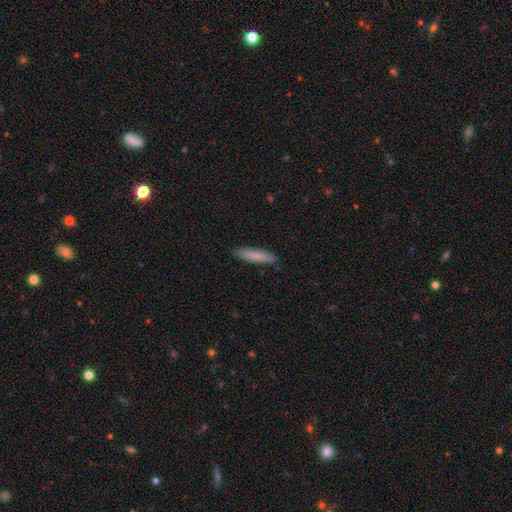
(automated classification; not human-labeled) Q: Smooth or featured?
A: smooth (83%); runner-up: featured or disk (11%)
Q: How rounded?
A: cigar-shaped (81%); runner-up: in between (17%)
Q: Merging?
A: none (89%); runner-up: minor disturbance (8%)